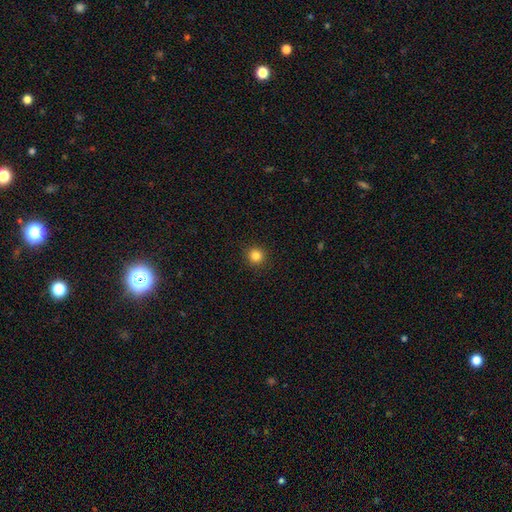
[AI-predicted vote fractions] The model was most divided on "smooth or featured": smooth: 84%, star or artifact: 12%, featured or disk: 4%. More confident: how rounded — round (94%); merging — none (92%).